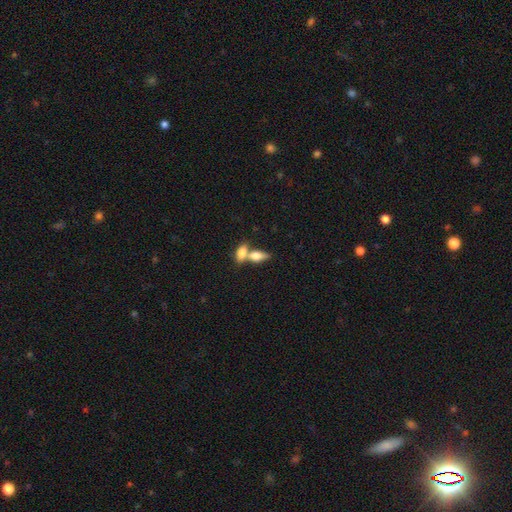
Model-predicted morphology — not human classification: A smooth galaxy with no disk features (72%) that is in between round and cigar-shaped (80%). Merging: merger (63%).